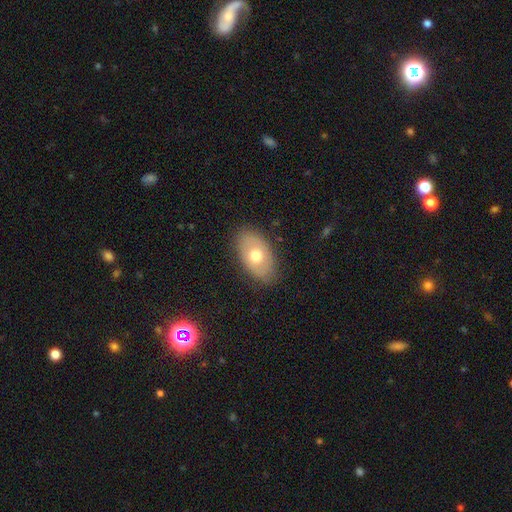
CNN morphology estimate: A smooth galaxy with no disk features (59%) that is in between round and cigar-shaped (88%).

Vote fractions:
- Smooth or featured? smooth: 59% / featured or disk: 34% / star or artifact: 7%
- How rounded? in between: 88% / round: 10% / cigar-shaped: 1%
- Merging? none: 81% / minor disturbance: 14% / major disturbance: 4% / merger: 1%